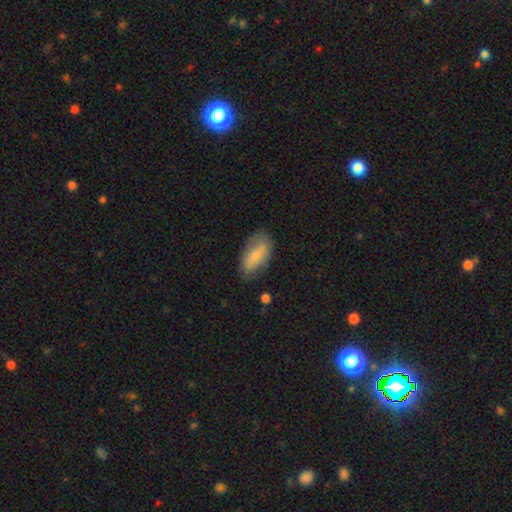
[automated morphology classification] Q: Smooth or featured?
A: smooth (67%); runner-up: featured or disk (26%)
Q: How rounded?
A: in between (90%); runner-up: cigar-shaped (7%)
Q: Merging?
A: none (72%); runner-up: minor disturbance (21%)